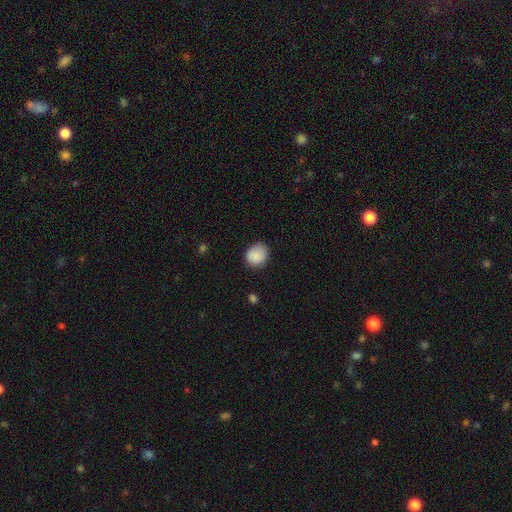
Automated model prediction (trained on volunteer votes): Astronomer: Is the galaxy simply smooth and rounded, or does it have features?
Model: smooth — 88%.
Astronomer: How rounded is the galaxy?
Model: round — 77%.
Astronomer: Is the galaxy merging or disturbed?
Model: none — 78%.